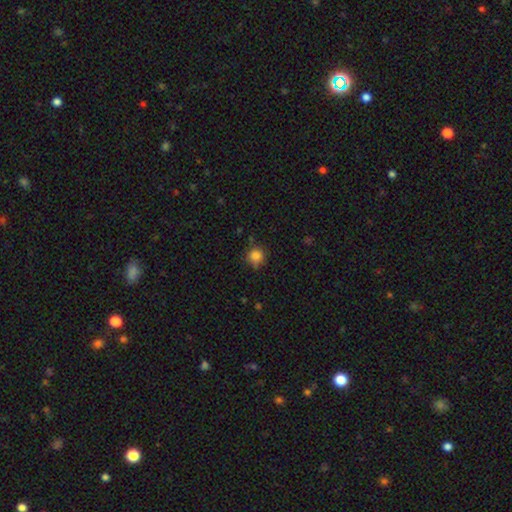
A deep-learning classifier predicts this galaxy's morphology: Smooth or featured: smooth — 84% (star or artifact — 12%)
How rounded: round — 90% (in between — 9%)
Merging: none — 74% (minor disturbance — 20%)